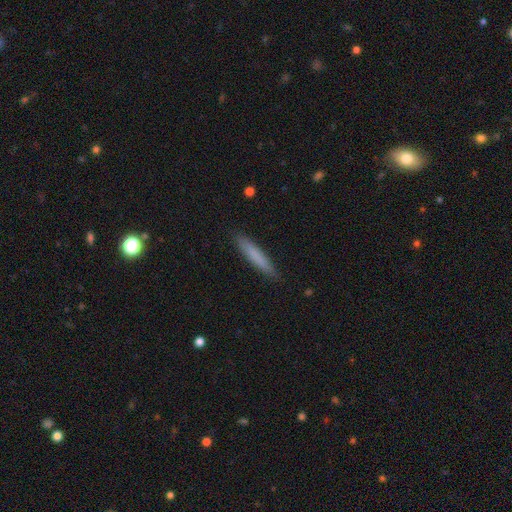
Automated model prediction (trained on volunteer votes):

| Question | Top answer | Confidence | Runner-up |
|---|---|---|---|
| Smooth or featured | smooth | 78% | featured or disk (15%) |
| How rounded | cigar-shaped | 93% | in between (6%) |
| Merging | none | 90% | minor disturbance (8%) |